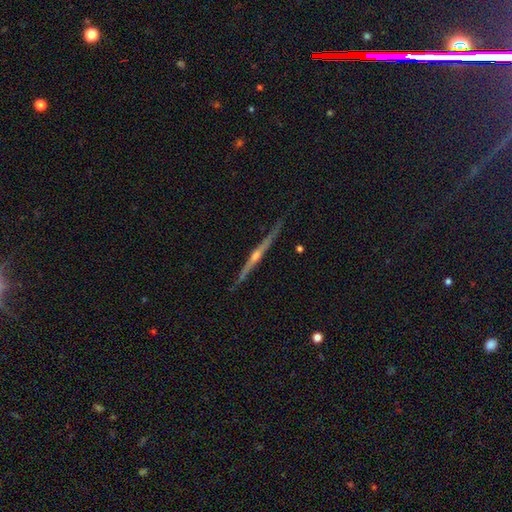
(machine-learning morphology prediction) Smooth or featured? featured or disk (86%)
Edge-on disk? yes (98%)
Edge-on bulge? rounded (88%)
Merging? none (87%)